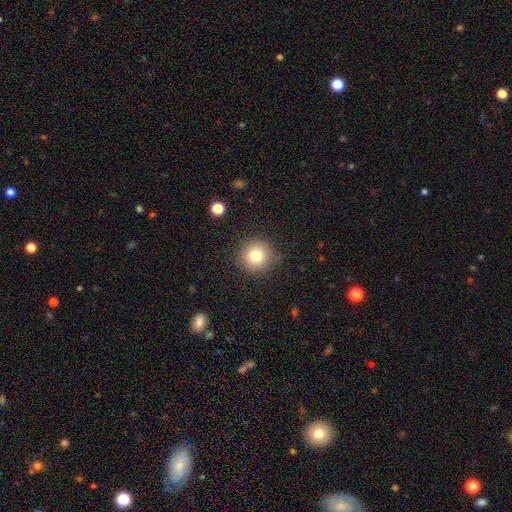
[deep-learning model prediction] smooth_or_featured: smooth (p=0.80) [alt: star or artifact p=0.11]
how_rounded: round (p=0.94) [alt: in between p=0.05]
merging: none (p=0.87) [alt: minor disturbance p=0.09]